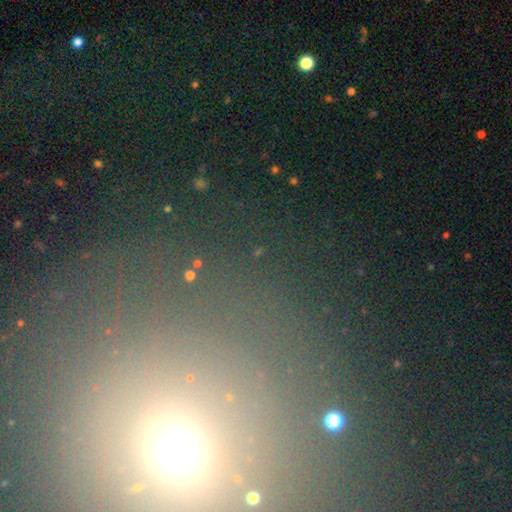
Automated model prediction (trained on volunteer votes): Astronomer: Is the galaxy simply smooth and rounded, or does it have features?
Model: star or artifact — 66%.